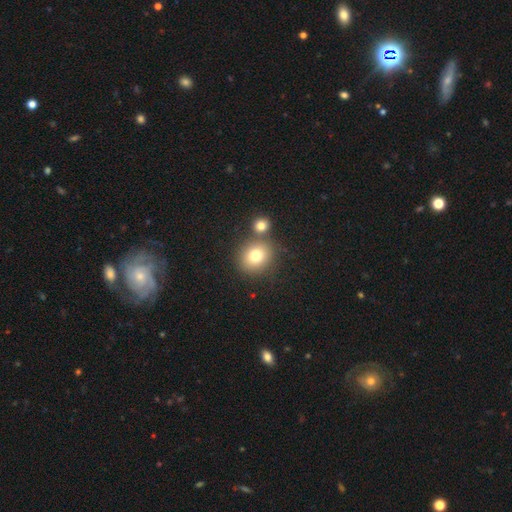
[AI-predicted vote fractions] Morphology: type=smooth (76%); roundness=round (82%); merging=none (66%).